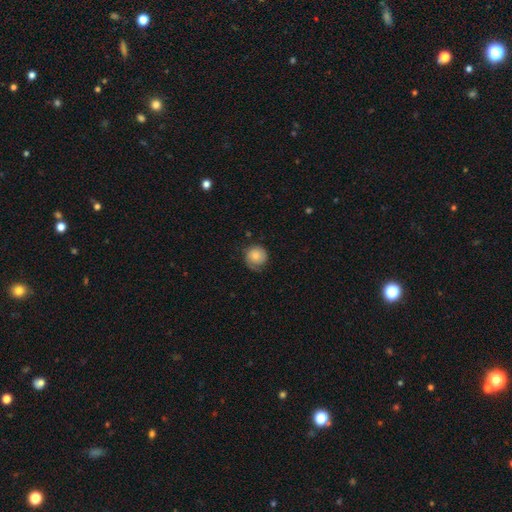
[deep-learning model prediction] smooth_or_featured: smooth (p=0.63) [alt: featured or disk p=0.29]
how_rounded: round (p=0.90) [alt: in between p=0.10]
merging: none (p=0.63) [alt: minor disturbance p=0.24]